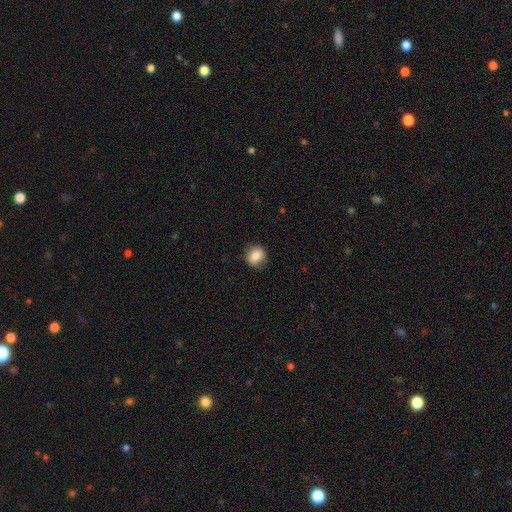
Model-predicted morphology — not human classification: This appears to be a smooth galaxy with no disk features (84%) that is round (80%). Merging: none (85%).